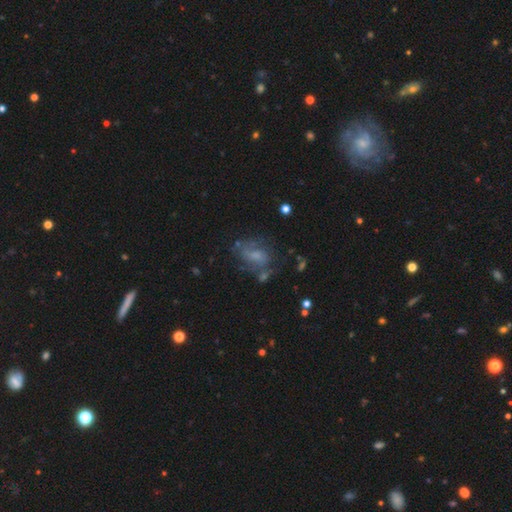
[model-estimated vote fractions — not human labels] smooth_or_featured: featured or disk (p=0.48) [alt: smooth p=0.37]
merging: none (p=0.49) [alt: minor disturbance p=0.22]